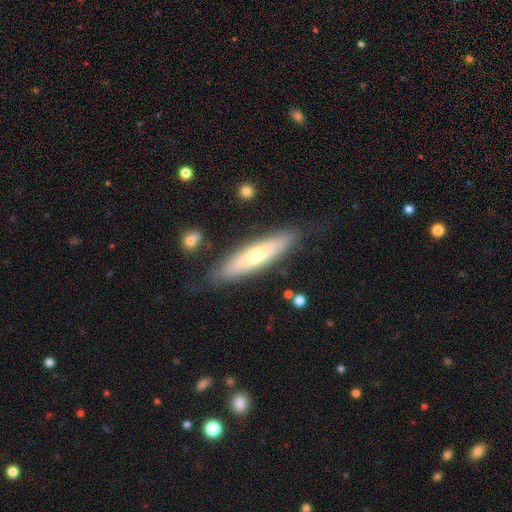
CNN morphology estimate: smooth-or-featured: smooth: 48% | featured or disk: 45% | star or artifact: 7%
  merging: none: 83% | minor disturbance: 12% | major disturbance: 3% | merger: 2%